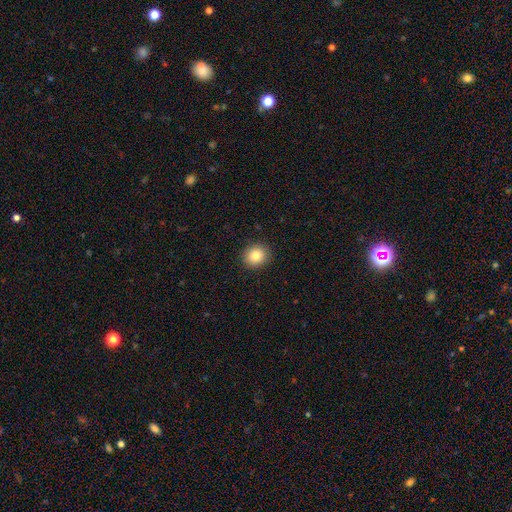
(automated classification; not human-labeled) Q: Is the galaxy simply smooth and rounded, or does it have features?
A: smooth — 84%.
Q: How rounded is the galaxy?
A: round — 79%.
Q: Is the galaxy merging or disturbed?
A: none — 91%.